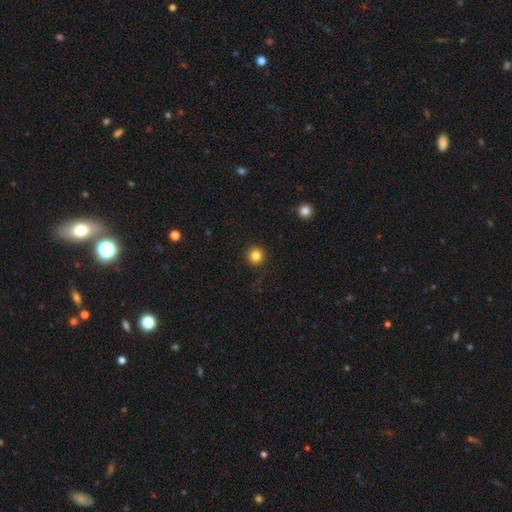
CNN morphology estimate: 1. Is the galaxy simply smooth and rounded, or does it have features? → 83% smooth, 12% star or artifact, 5% featured or disk.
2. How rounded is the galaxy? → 96% round, 3% in between, 1% cigar-shaped.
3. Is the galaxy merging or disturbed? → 91% none, 6% minor disturbance, 2% major disturbance, 1% merger.